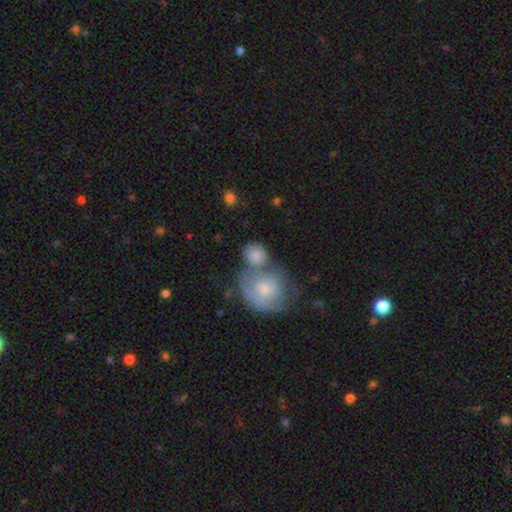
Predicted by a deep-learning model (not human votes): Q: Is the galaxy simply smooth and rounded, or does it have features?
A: smooth — 73%.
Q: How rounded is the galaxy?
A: round — 76%.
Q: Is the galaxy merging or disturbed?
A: merger — 46%.